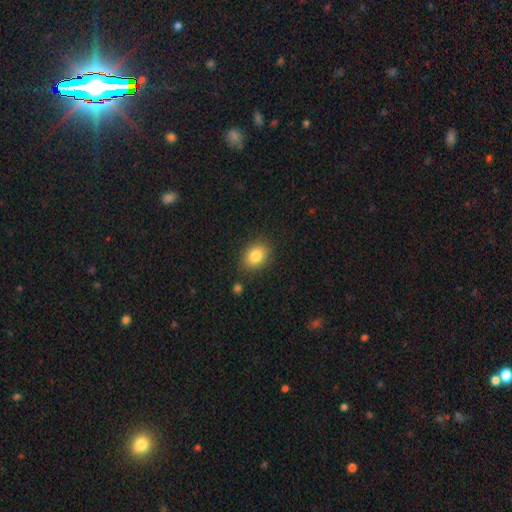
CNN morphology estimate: Smooth or featured?
  - smooth: 83% *
  - star or artifact: 9%
  - featured or disk: 8%
How rounded?
  - in between: 66% *
  - round: 33%
  - cigar-shaped: 1%
Merging?
  - none: 84% *
  - minor disturbance: 11%
  - major disturbance: 3%
  - merger: 2%